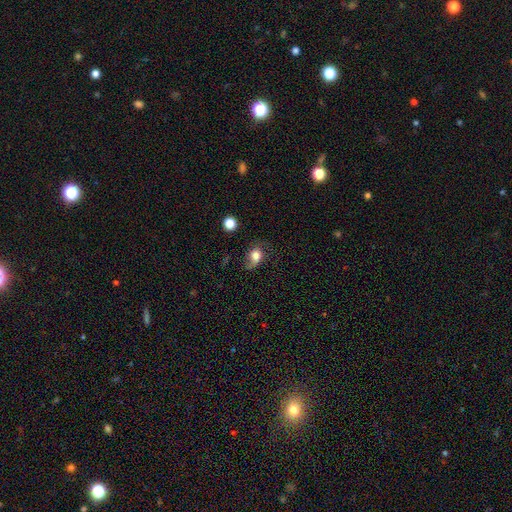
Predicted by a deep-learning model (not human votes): smooth 69%, featured or disk 21%, star or artifact 10%. Down the decision tree: how rounded — in between (57%); merging — none (46%).